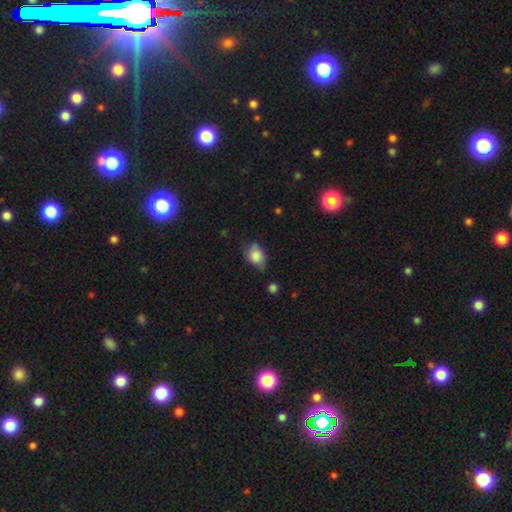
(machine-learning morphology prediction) Smooth or featured? smooth (82%)
How rounded? in between (77%)
Merging? none (53%)